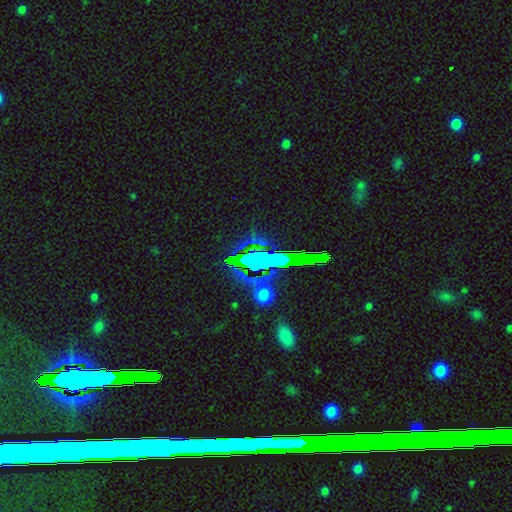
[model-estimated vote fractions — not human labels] smooth_or_featured: star or artifact (p=0.70) [alt: featured or disk p=0.16]